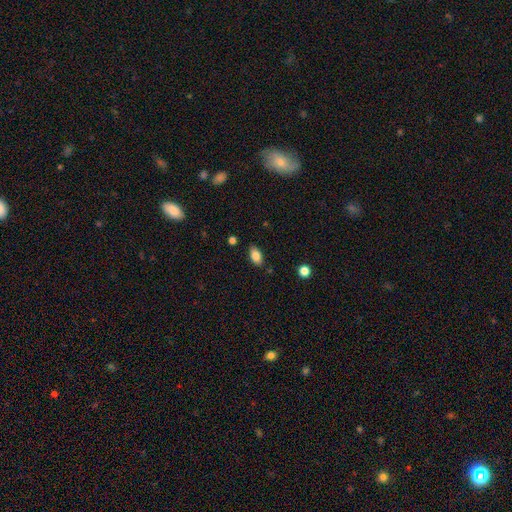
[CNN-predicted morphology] smooth-or-featured: smooth: 84% | star or artifact: 9% | featured or disk: 8%
  how-rounded: in between: 90% | round: 6% | cigar-shaped: 4%
  merging: none: 83% | minor disturbance: 13% | major disturbance: 3% | merger: 2%